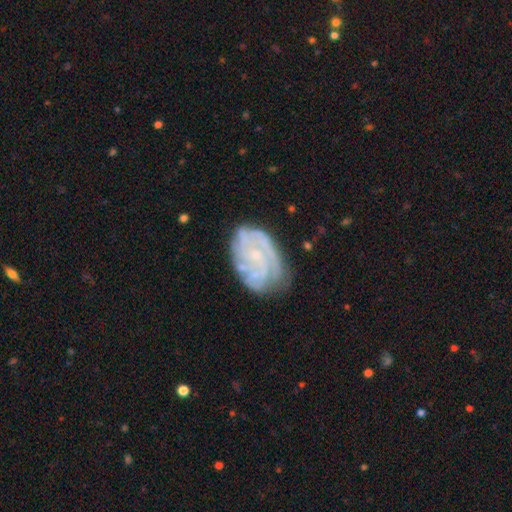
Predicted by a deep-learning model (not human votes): Smooth or featured? Predicted: featured or disk (p=0.79). Edge-on disk? Predicted: no (p=0.97). Bar? Predicted: no (p=0.72). Spiral arms? Predicted: yes (p=0.92). Spiral winding? Predicted: tight (p=0.66). Spiral arm count? Predicted: can't tell (p=0.35). Bulge size? Predicted: small (p=0.76). Merging? Predicted: none (p=0.68).